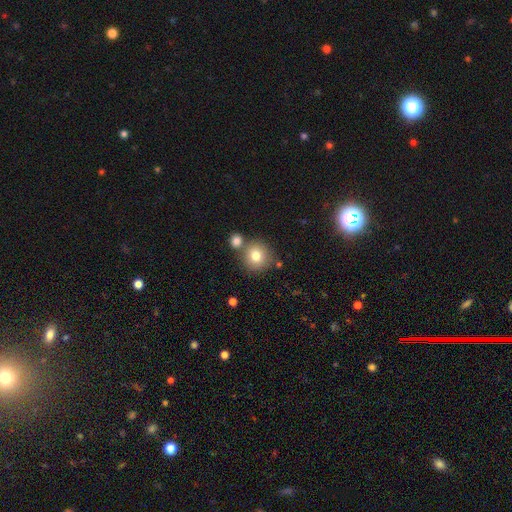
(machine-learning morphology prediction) Q: Smooth or featured?
A: smooth (79%); runner-up: featured or disk (11%)
Q: How rounded?
A: round (90%); runner-up: in between (9%)
Q: Merging?
A: none (66%); runner-up: merger (21%)